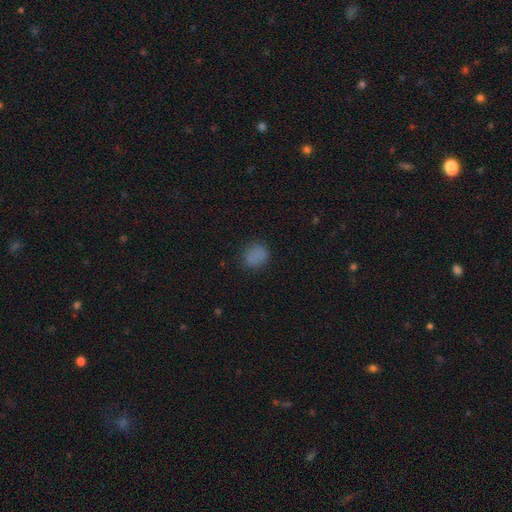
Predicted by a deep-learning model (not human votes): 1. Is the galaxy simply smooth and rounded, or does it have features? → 81% smooth, 14% star or artifact, 5% featured or disk.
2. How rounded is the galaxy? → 73% round, 26% in between, 1% cigar-shaped.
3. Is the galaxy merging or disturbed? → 83% none, 13% minor disturbance, 4% major disturbance, 1% merger.